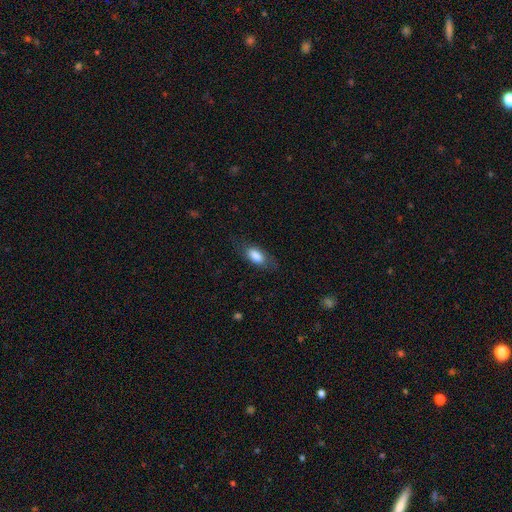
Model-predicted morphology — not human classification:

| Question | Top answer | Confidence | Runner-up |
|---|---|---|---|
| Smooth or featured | smooth | 79% | featured or disk (14%) |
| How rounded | in between | 84% | cigar-shaped (12%) |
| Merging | none | 72% | minor disturbance (18%) |